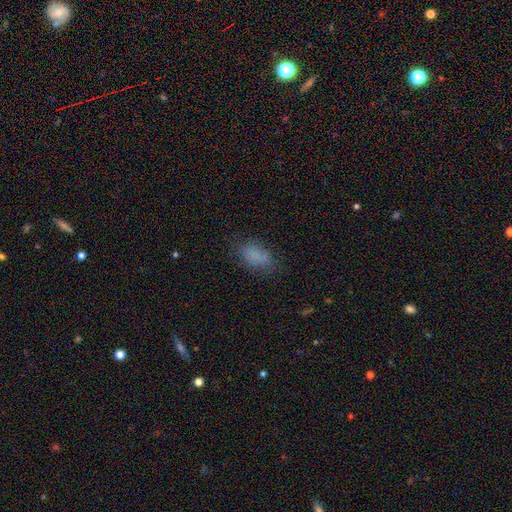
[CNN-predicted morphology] A smooth galaxy with no disk features (78%) that is in between round and cigar-shaped (88%).

Vote fractions:
- Smooth or featured? smooth: 78% / star or artifact: 12% / featured or disk: 9%
- How rounded? in between: 88% / round: 9% / cigar-shaped: 3%
- Merging? none: 71% / minor disturbance: 19% / major disturbance: 8% / merger: 2%